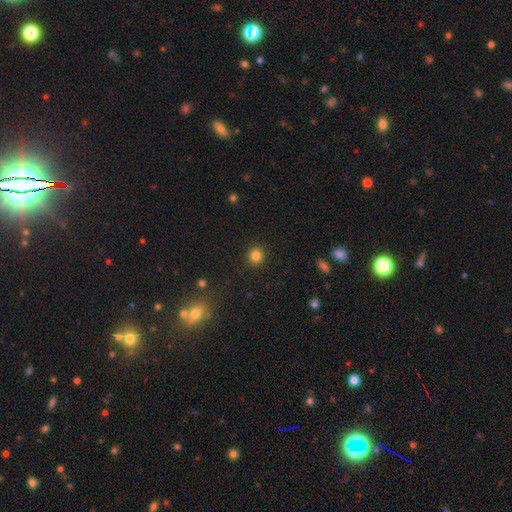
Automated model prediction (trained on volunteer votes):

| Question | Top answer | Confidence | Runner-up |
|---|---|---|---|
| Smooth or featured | smooth | 84% | star or artifact (12%) |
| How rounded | round | 92% | in between (7%) |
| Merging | none | 91% | minor disturbance (5%) |